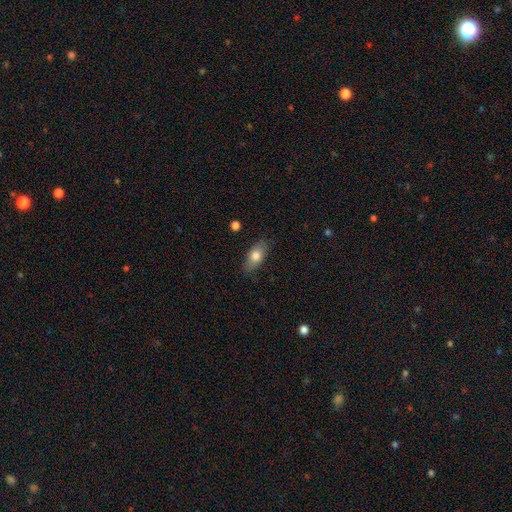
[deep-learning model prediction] smooth_or_featured: smooth (p=0.76) [alt: featured or disk p=0.17]
how_rounded: in between (p=0.87) [alt: cigar-shaped p=0.07]
merging: none (p=0.81) [alt: minor disturbance p=0.15]